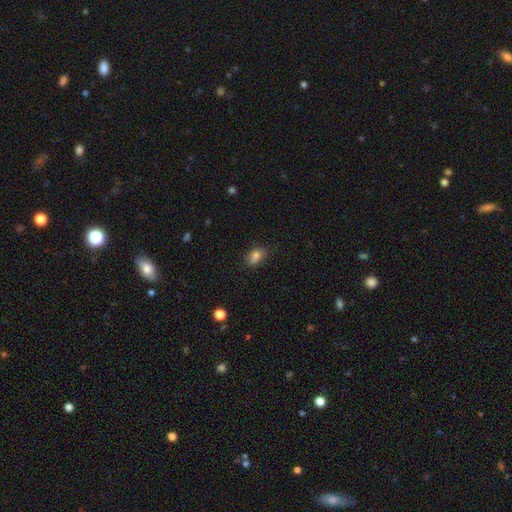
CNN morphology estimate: smooth-or-featured: smooth: 77% | star or artifact: 12% | featured or disk: 11%
  how-rounded: in between: 74% | round: 24% | cigar-shaped: 2%
  merging: none: 52% | minor disturbance: 26% | merger: 15% | major disturbance: 7%